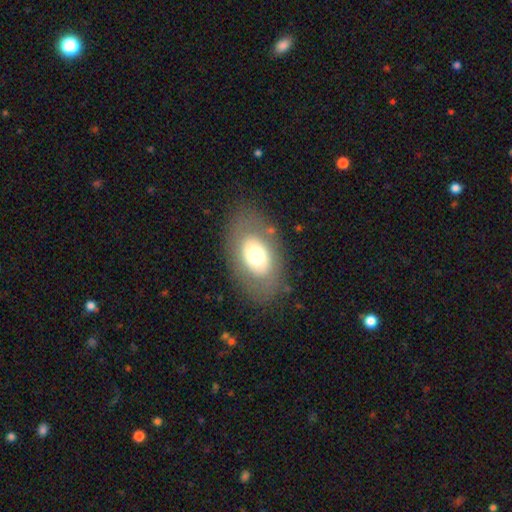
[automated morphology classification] Smooth or featured: smooth — 58% (featured or disk — 33%)
How rounded: in between — 83% (round — 15%)
Merging: none — 79% (minor disturbance — 12%)